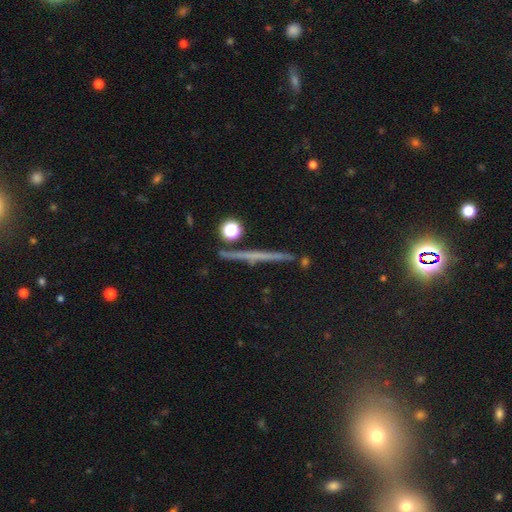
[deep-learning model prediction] Smooth or featured: featured or disk — 58% (smooth — 25%)
Edge-on disk: yes — 96% (no — 4%)
Edge-on bulge: none — 70% (rounded — 21%)
Merging: none — 88% (minor disturbance — 7%)